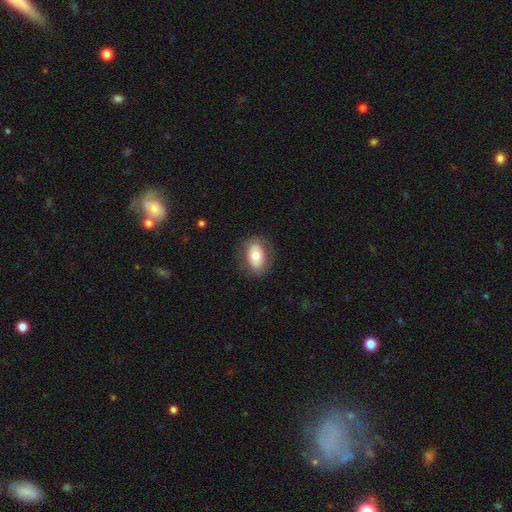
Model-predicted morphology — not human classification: Smooth or featured? smooth (70%)
How rounded? in between (86%)
Merging? none (79%)